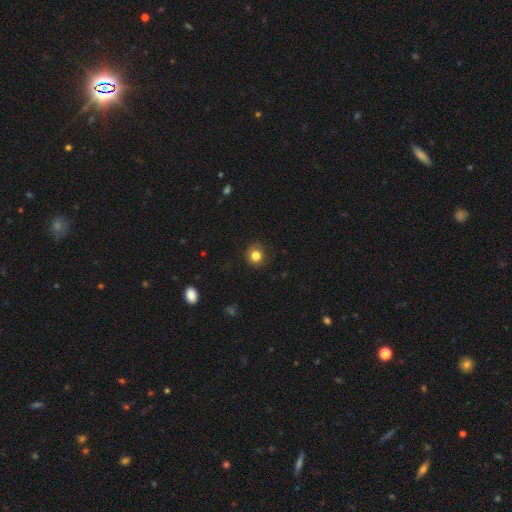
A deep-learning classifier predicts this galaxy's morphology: This appears to be a smooth galaxy with no disk features (81%) that is round (88%). Merging: none (85%).